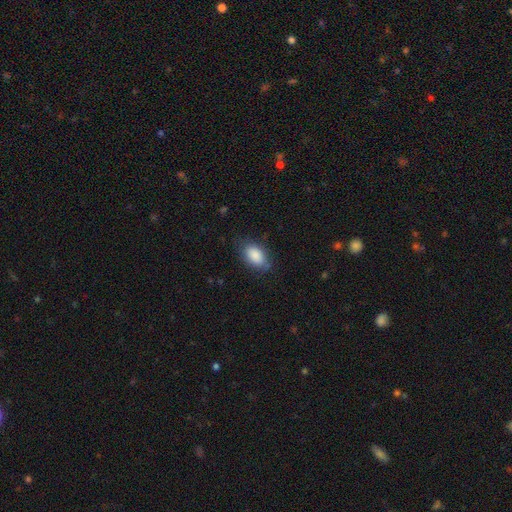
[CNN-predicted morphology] Q: Smooth or featured?
A: smooth (87%); runner-up: star or artifact (7%)
Q: How rounded?
A: in between (92%); runner-up: round (6%)
Q: Merging?
A: none (75%); runner-up: minor disturbance (19%)